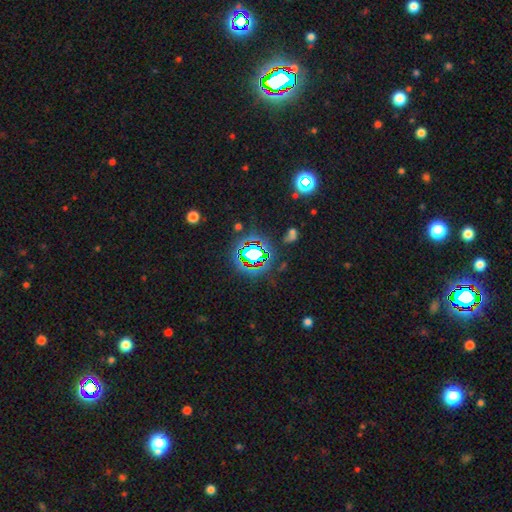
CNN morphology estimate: This is likely a star or artifact rather than a galaxy (77%).